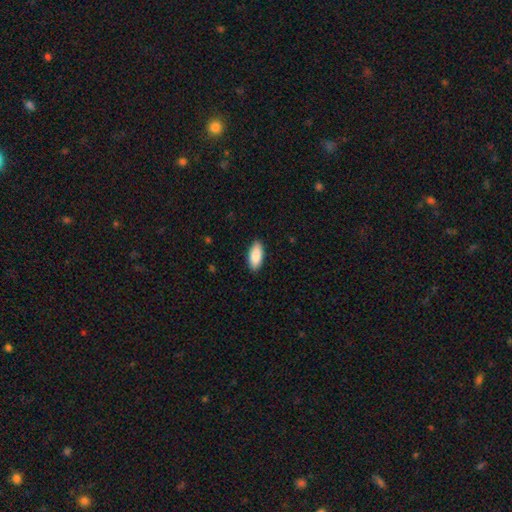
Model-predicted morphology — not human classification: Smooth or featured?
  - smooth: 87% *
  - featured or disk: 7%
  - star or artifact: 6%
How rounded?
  - in between: 87% *
  - cigar-shaped: 11%
  - round: 2%
Merging?
  - none: 90% *
  - minor disturbance: 8%
  - major disturbance: 2%
  - merger: 1%